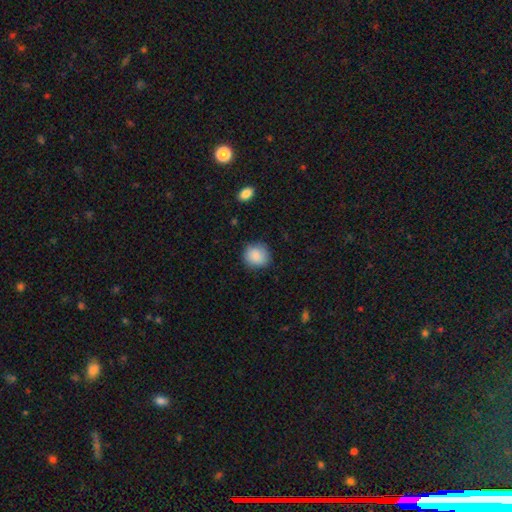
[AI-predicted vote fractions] This appears to be a smooth galaxy with no disk features (88%) that is round (84%). Merging: none (82%).